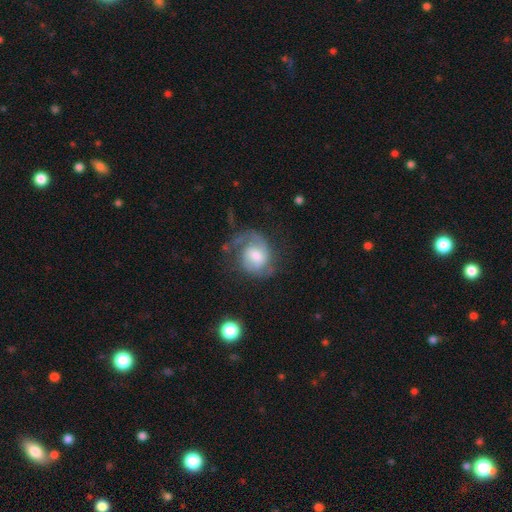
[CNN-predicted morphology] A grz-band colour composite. It shows a featured or disk galaxy (72%) with no bar (46%), 2 (48%) medium (44%) spiral arms (92%) and a moderate central bulge (56%). Merging: none (49%).